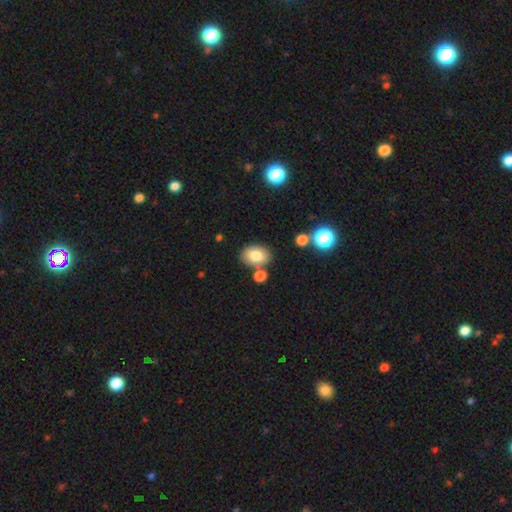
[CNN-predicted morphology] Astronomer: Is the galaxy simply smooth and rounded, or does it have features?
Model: smooth — 79%.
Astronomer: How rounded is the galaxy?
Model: in between — 74%.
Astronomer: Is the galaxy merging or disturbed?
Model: none — 73%.